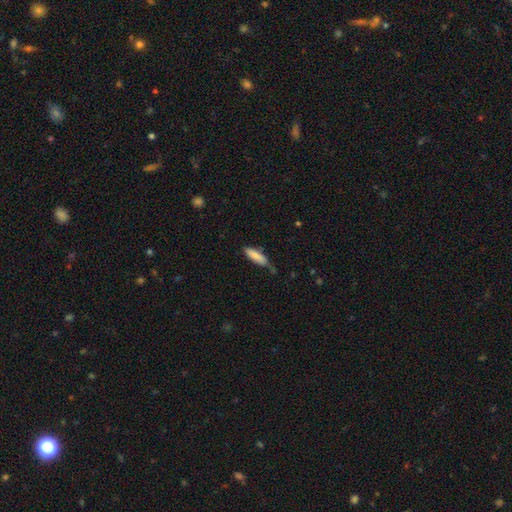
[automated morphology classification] smooth 82%, featured or disk 11%, star or artifact 6%. Down the decision tree: how rounded — cigar-shaped (57%); merging — none (65%).